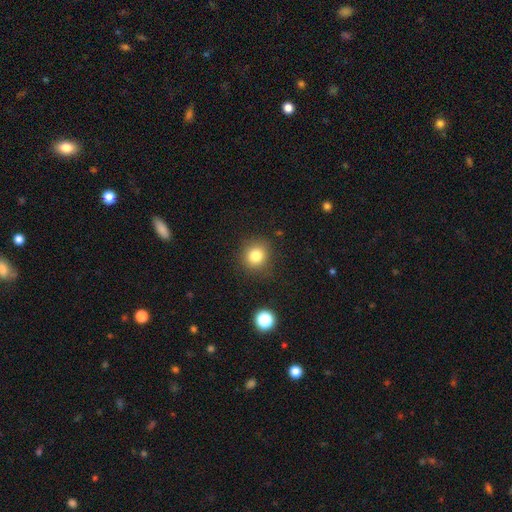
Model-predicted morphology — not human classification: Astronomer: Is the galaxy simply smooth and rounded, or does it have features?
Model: smooth — 80%.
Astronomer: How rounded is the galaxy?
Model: round — 87%.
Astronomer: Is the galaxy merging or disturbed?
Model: none — 87%.